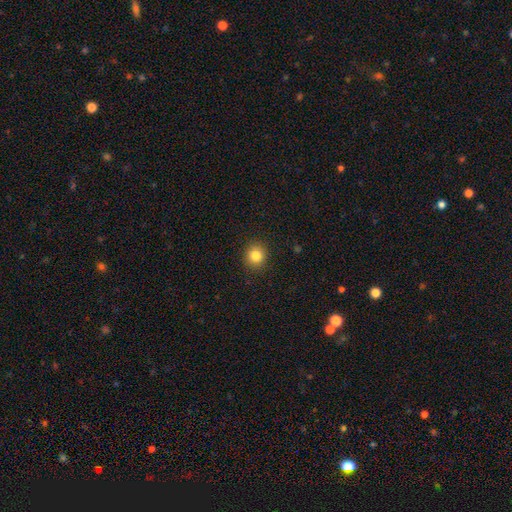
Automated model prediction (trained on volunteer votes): smooth-or-featured: smooth: 84% | star or artifact: 11% | featured or disk: 5%
  how-rounded: round: 87% | in between: 12% | cigar-shaped: 1%
  merging: none: 90% | minor disturbance: 7% | major disturbance: 2% | merger: 1%